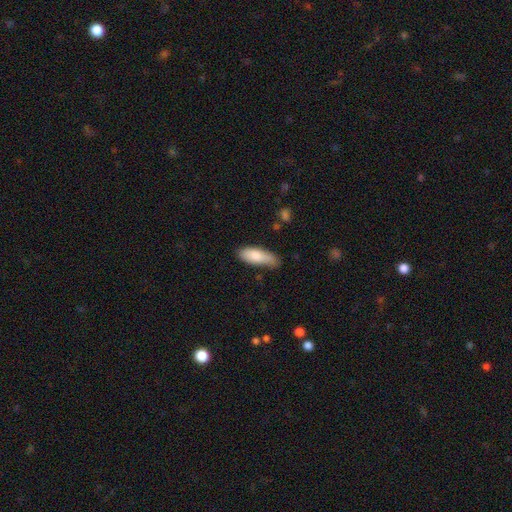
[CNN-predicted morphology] Smooth or featured? smooth (83%)
How rounded? in between (66%)
Merging? none (61%)